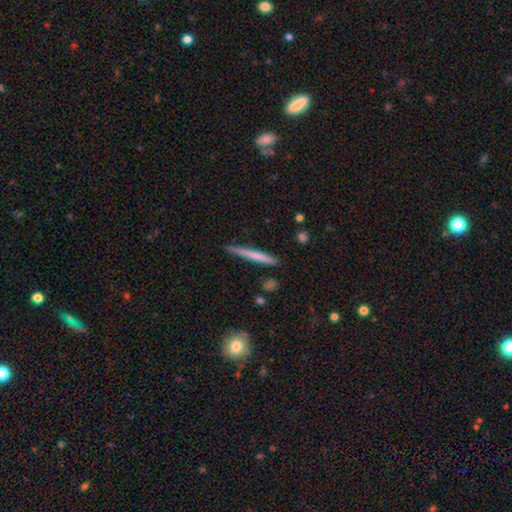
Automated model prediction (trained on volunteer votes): smooth 63%, featured or disk 32%, star or artifact 5%. Down the decision tree: how rounded — cigar-shaped (96%); merging — none (87%).